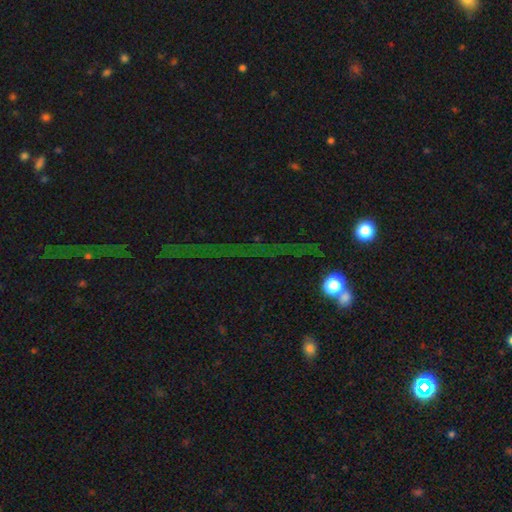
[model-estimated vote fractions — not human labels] Smooth or featured?
  - star or artifact: 74% *
  - smooth: 14%
  - featured or disk: 12%